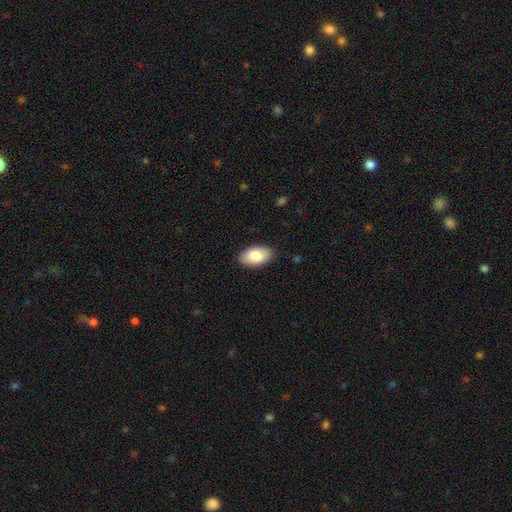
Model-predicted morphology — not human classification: Smooth or featured?
  - smooth: 84% *
  - featured or disk: 10%
  - star or artifact: 6%
How rounded?
  - in between: 94% *
  - round: 5%
  - cigar-shaped: 1%
Merging?
  - none: 88% *
  - minor disturbance: 9%
  - major disturbance: 2%
  - merger: 1%